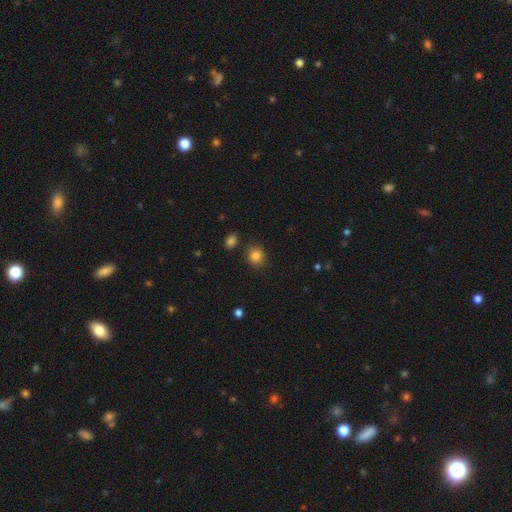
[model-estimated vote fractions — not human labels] smooth-or-featured: smooth: 84% | star or artifact: 11% | featured or disk: 5%
  how-rounded: round: 83% | in between: 16% | cigar-shaped: 1%
  merging: none: 85% | minor disturbance: 8% | merger: 4% | major disturbance: 3%